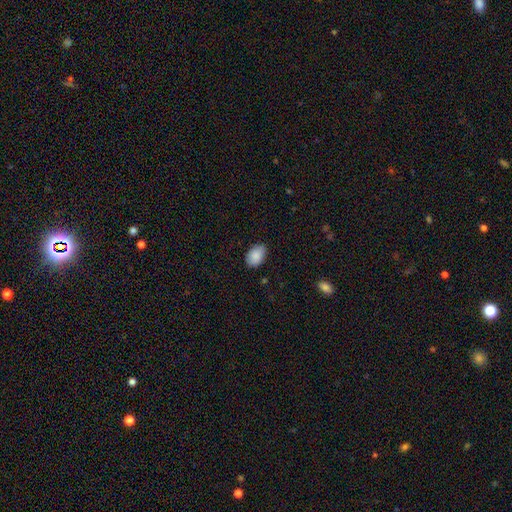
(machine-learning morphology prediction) Smooth or featured?
  - smooth: 89% *
  - star or artifact: 7%
  - featured or disk: 5%
How rounded?
  - in between: 88% *
  - round: 11%
  - cigar-shaped: 1%
Merging?
  - none: 82% *
  - minor disturbance: 15%
  - major disturbance: 2%
  - merger: 1%